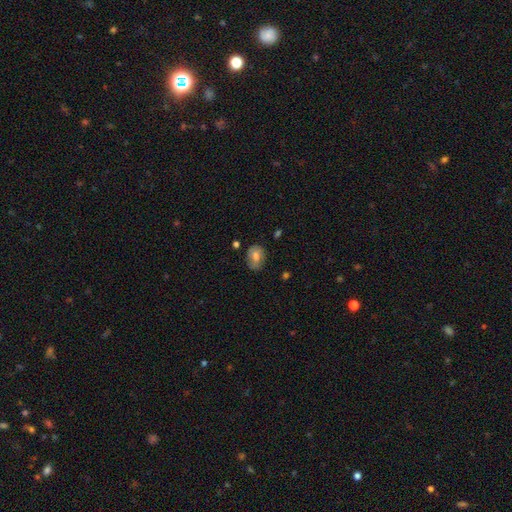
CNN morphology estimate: A smooth galaxy with no disk features (63%) that is in between round and cigar-shaped (65%).

Vote fractions:
- Smooth or featured? smooth: 63% / featured or disk: 29% / star or artifact: 8%
- How rounded? in between: 65% / round: 34% / cigar-shaped: 1%
- Merging? none: 70% / minor disturbance: 22% / major disturbance: 6% / merger: 2%